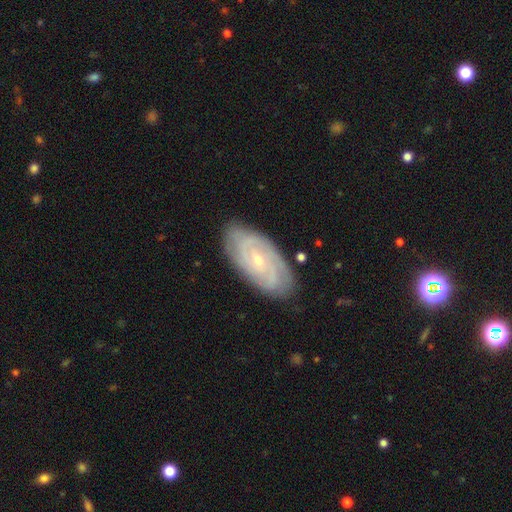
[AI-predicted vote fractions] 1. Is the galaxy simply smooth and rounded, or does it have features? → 75% featured or disk, 16% smooth, 9% star or artifact.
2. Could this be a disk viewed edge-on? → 92% no, 8% yes.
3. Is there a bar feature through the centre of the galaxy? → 70% no, 24% weak, 6% strong.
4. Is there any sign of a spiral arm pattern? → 93% yes, 7% no.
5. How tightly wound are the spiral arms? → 75% tight, 20% medium, 5% loose.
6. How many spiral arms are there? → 39% can't tell, 26% 2, 15% 3, 10% 4, 6% more than 4, 5% 1.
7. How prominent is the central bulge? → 69% small, 28% moderate, 1% none, 1% large, 1% dominant.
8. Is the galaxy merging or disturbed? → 84% none, 12% minor disturbance, 3% major disturbance, 1% merger.